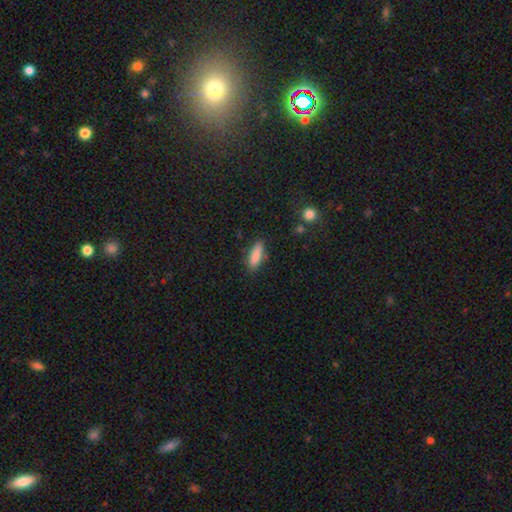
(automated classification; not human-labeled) Q: Smooth or featured?
A: smooth (83%); runner-up: featured or disk (10%)
Q: How rounded?
A: cigar-shaped (53%); runner-up: in between (45%)
Q: Merging?
A: none (80%); runner-up: minor disturbance (15%)